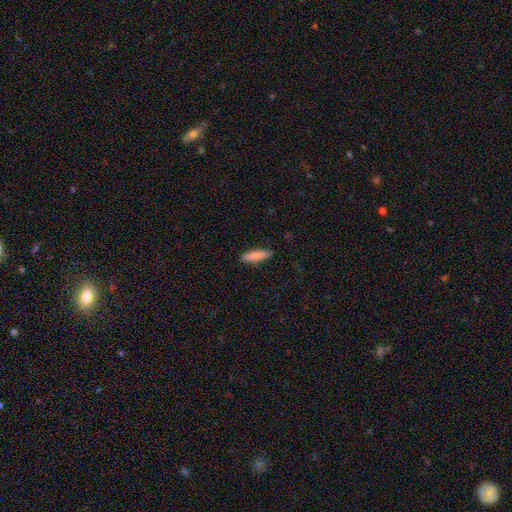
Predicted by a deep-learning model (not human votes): Smooth or featured: smooth — 86% (featured or disk — 8%)
How rounded: cigar-shaped — 70% (in between — 28%)
Merging: none — 89% (minor disturbance — 8%)